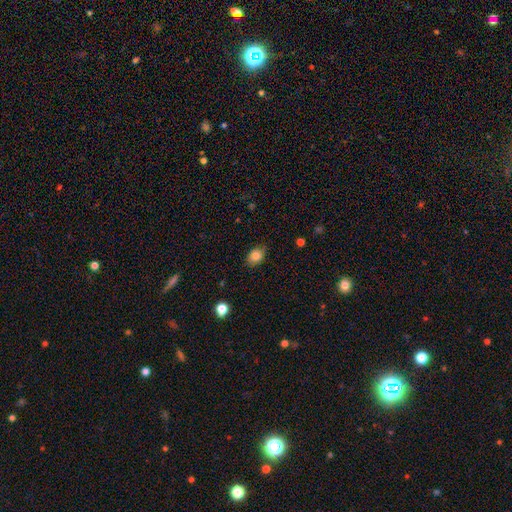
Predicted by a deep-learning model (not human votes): smooth 82%, star or artifact 9%, featured or disk 9%. Down the decision tree: how rounded — in between (76%); merging — none (80%).